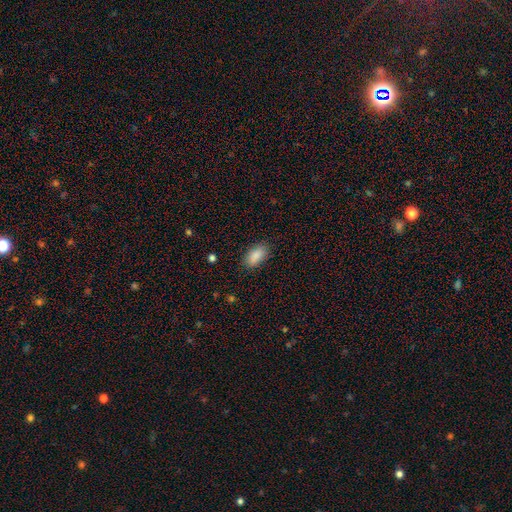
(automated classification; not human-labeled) A smooth galaxy with no disk features (89%) that is in between round and cigar-shaped (91%).

Vote fractions:
- Smooth or featured? smooth: 89% / star or artifact: 7% / featured or disk: 4%
- How rounded? in between: 91% / cigar-shaped: 6% / round: 3%
- Merging? none: 86% / minor disturbance: 10% / major disturbance: 3% / merger: 1%